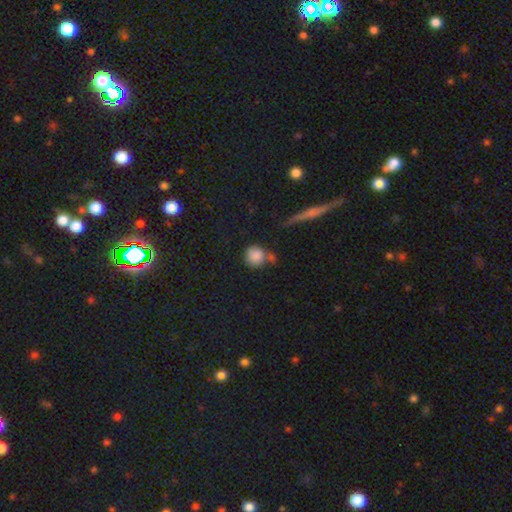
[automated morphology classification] Smooth or featured: smooth — 82% (star or artifact — 10%)
How rounded: round — 88% (in between — 10%)
Merging: none — 51% (merger — 21%)